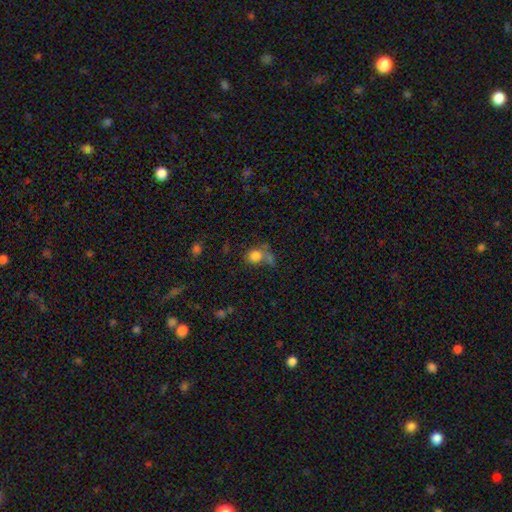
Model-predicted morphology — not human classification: A smooth galaxy with no disk features (78%) that is round (66%).

Vote fractions:
- Smooth or featured? smooth: 78% / star or artifact: 12% / featured or disk: 9%
- How rounded? round: 66% / in between: 32% / cigar-shaped: 1%
- Merging? none: 42% / merger: 26% / minor disturbance: 17% / major disturbance: 15%